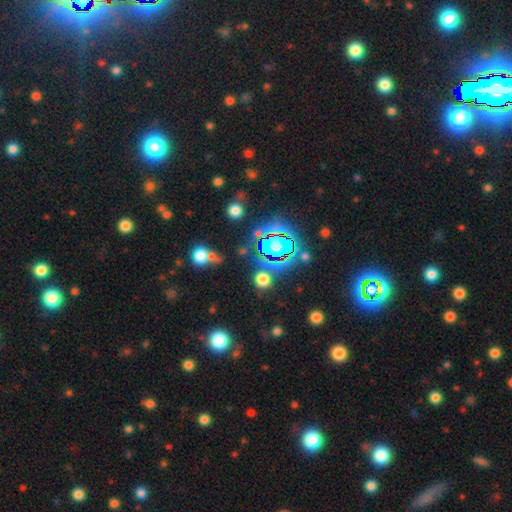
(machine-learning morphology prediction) smooth_or_featured: star or artifact (p=0.79) [alt: smooth p=0.13]